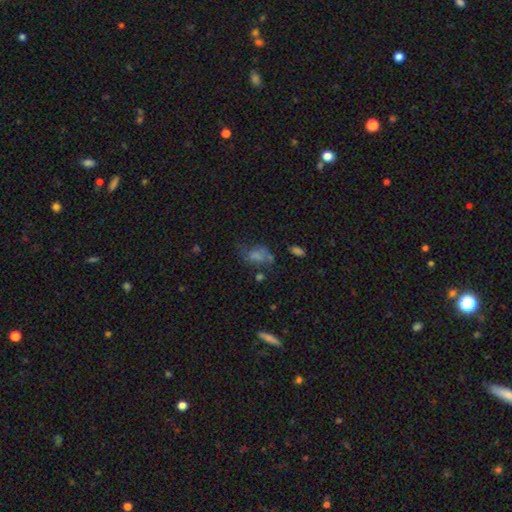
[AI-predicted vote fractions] smooth_or_featured: smooth (p=0.38) [alt: featured or disk p=0.34]
merging: none (p=0.49) [alt: minor disturbance p=0.22]